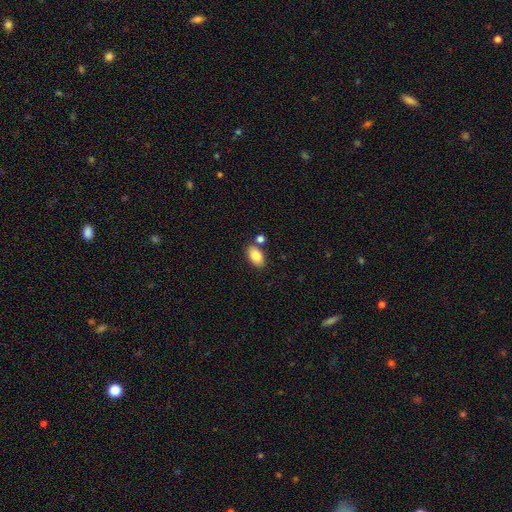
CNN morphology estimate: The model was most divided on "merging": none: 74%, merger: 12%, minor disturbance: 11%, major disturbance: 3%. More confident: how rounded — in between (91%); smooth or featured — smooth (84%).